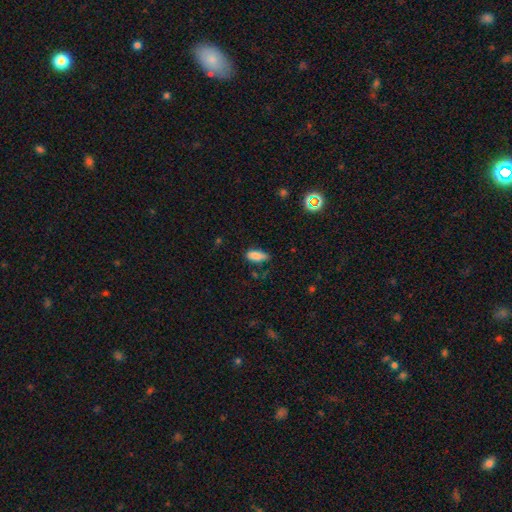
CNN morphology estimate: Q: Smooth or featured?
A: smooth (85%); runner-up: star or artifact (9%)
Q: How rounded?
A: in between (79%); runner-up: cigar-shaped (18%)
Q: Merging?
A: none (57%); runner-up: minor disturbance (33%)